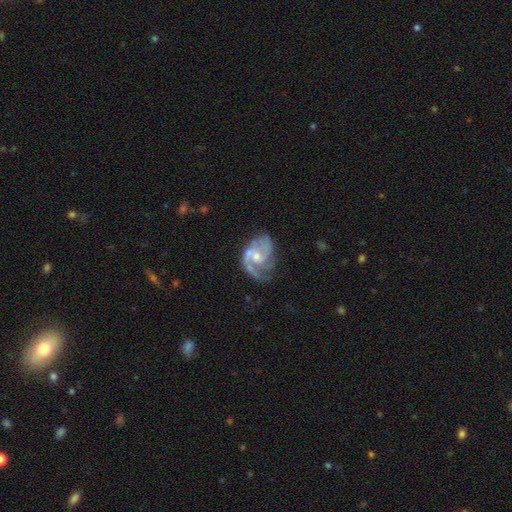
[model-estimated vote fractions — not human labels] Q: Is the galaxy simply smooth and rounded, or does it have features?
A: featured or disk — 85%.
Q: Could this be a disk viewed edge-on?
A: no — 98%.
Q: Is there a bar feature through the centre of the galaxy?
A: no — 64%.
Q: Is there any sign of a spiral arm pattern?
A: yes — 94%.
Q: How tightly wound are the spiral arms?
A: medium — 49%.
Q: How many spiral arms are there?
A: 2 — 48%.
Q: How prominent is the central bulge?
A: moderate — 52%.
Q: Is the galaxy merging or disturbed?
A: none — 51%.